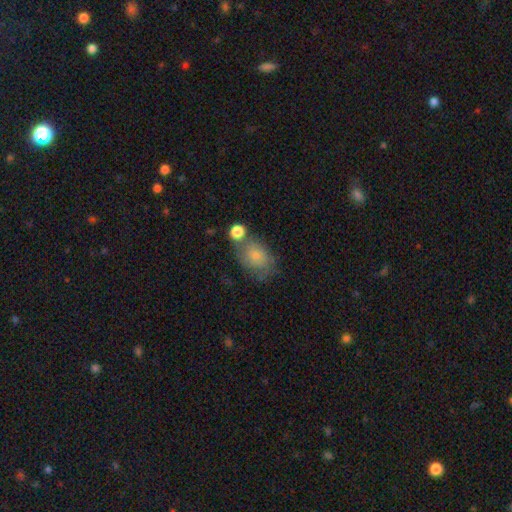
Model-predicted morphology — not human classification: Smooth or featured?
  - smooth: 71% *
  - featured or disk: 21%
  - star or artifact: 9%
How rounded?
  - in between: 70% *
  - round: 29%
  - cigar-shaped: 1%
Merging?
  - none: 44% *
  - minor disturbance: 24%
  - merger: 20%
  - major disturbance: 13%